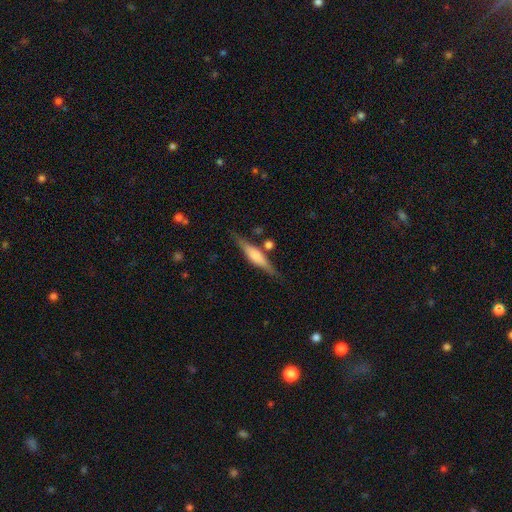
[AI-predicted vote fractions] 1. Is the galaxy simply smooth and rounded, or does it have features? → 60% featured or disk, 34% smooth, 6% star or artifact.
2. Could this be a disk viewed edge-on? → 96% yes, 4% no.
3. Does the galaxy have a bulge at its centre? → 67% rounded, 25% boxy, 9% none.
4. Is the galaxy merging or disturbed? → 78% none, 12% minor disturbance, 7% merger, 3% major disturbance.